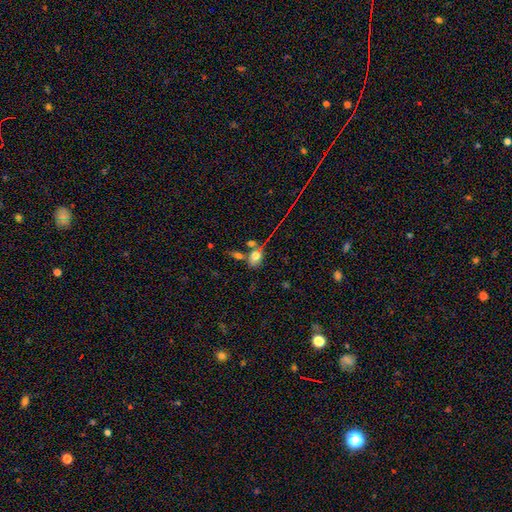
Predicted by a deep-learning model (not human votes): Smooth or featured? Predicted: smooth (p=0.68). How rounded? Predicted: in between (p=0.72). Merging? Predicted: none (p=0.43).